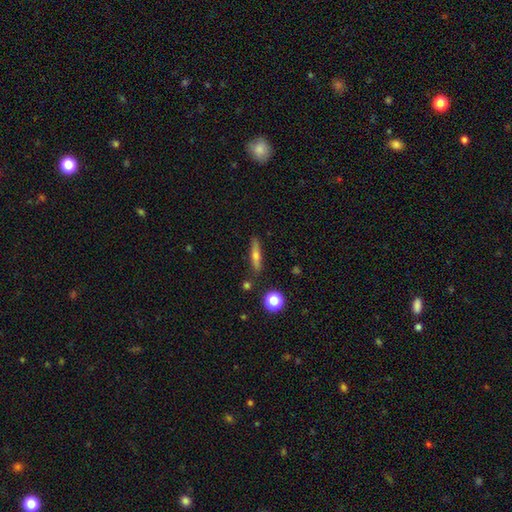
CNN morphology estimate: Q: Smooth or featured?
A: smooth (47%); runner-up: featured or disk (43%)
Q: Merging?
A: none (86%); runner-up: minor disturbance (9%)